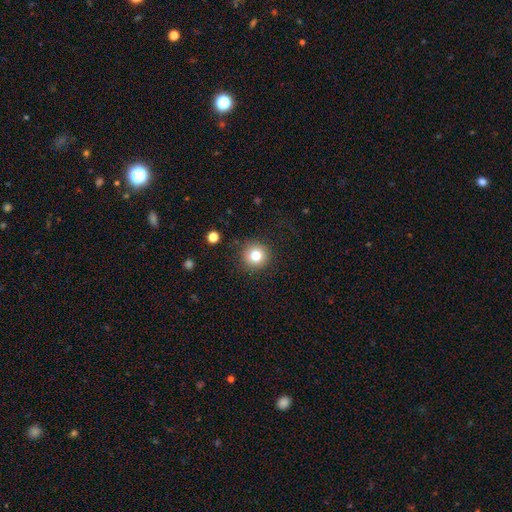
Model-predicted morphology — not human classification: smooth 80%, star or artifact 12%, featured or disk 8%. Down the decision tree: how rounded — round (94%); merging — none (89%).